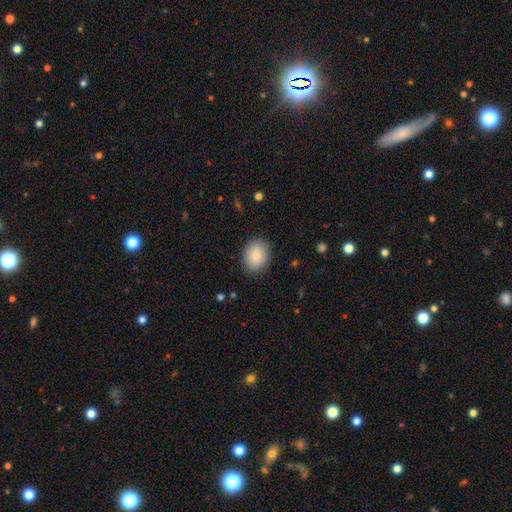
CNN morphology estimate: The model was most divided on "how rounded": in between: 64%, round: 35%, cigar-shaped: 1%. More confident: smooth or featured — smooth (87%); merging — none (86%).